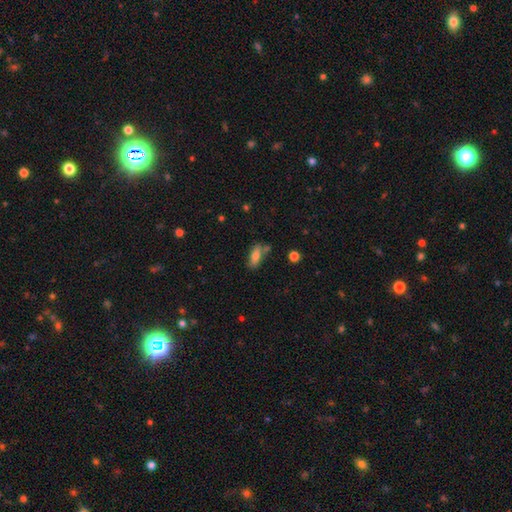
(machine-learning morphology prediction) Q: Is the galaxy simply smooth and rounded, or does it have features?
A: smooth — 68%.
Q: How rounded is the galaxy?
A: in between — 65%.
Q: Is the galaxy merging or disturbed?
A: none — 58%.